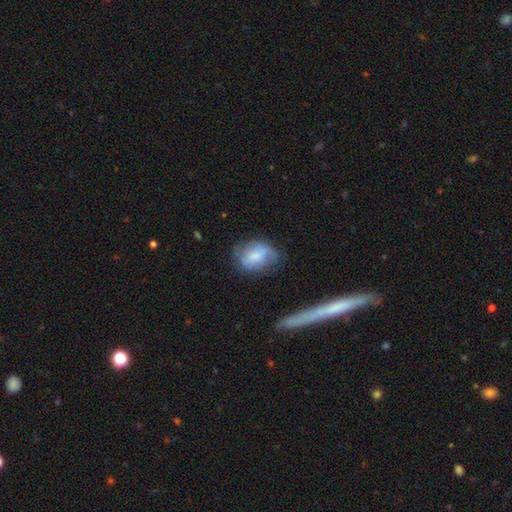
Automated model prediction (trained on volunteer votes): This is possibly a smooth galaxy (59%). How rounded: likely in between (62%). Merging: possibly none (54%).